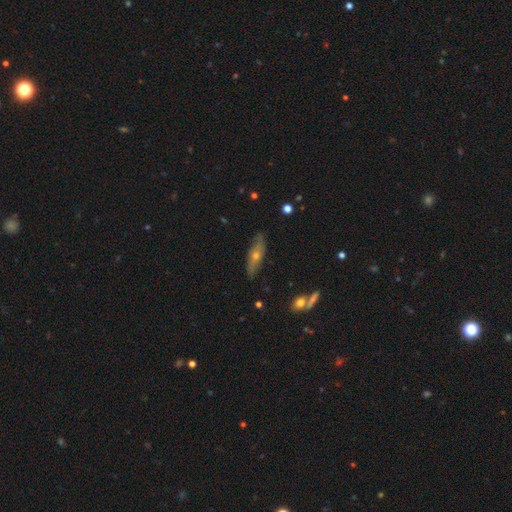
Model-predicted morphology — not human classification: This appears to be a featured or disk galaxy (55%) viewed edge-on (52%). Merging: none (81%).